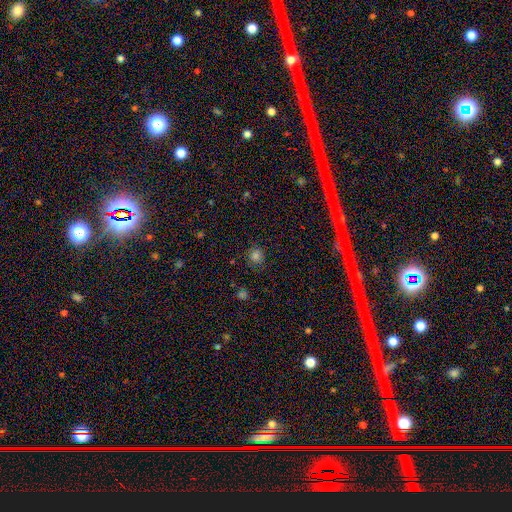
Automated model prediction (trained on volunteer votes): Smooth or featured? Predicted: smooth (p=0.80). How rounded? Predicted: round (p=0.86). Merging? Predicted: none (p=0.84).